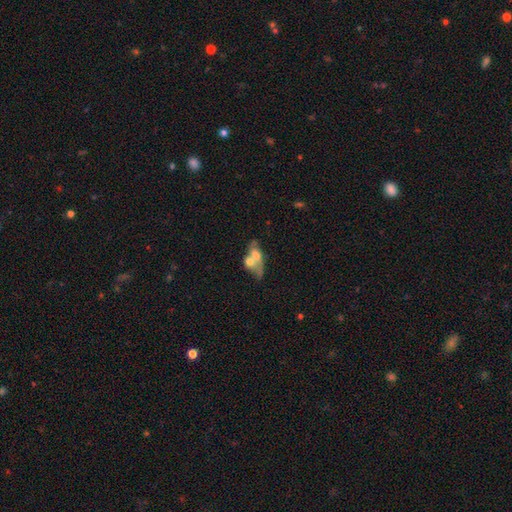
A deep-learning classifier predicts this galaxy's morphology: Overall: smooth (51%; featured or disk 40%). How rounded: in between (71%). Merging: merger (71%).